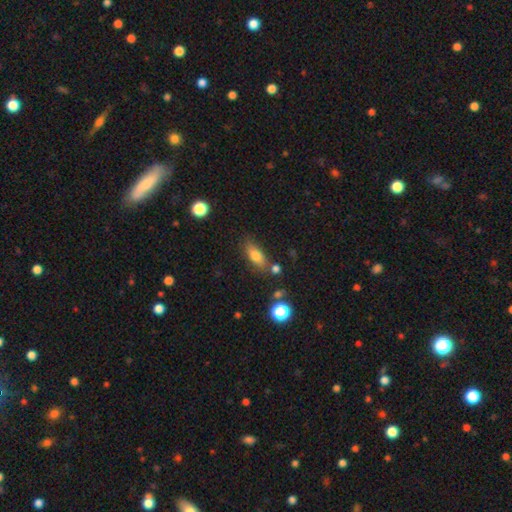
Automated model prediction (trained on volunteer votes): smooth_or_featured: smooth (p=0.75) [alt: featured or disk p=0.15]
how_rounded: in between (p=0.73) [alt: cigar-shaped p=0.20]
merging: none (p=0.72) [alt: minor disturbance p=0.15]